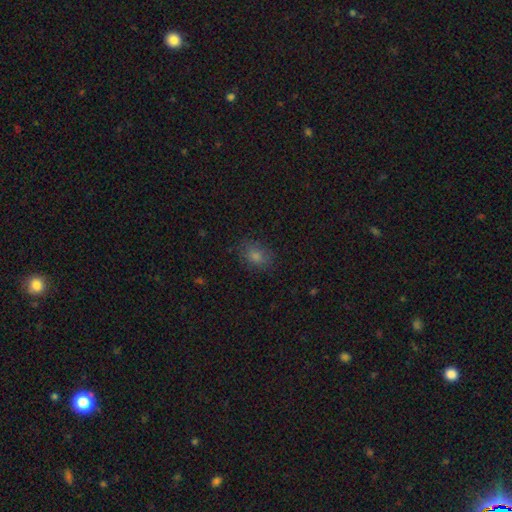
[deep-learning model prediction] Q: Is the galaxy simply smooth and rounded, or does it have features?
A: smooth — 72%.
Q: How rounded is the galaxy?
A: in between — 66%.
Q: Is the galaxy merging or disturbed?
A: none — 83%.